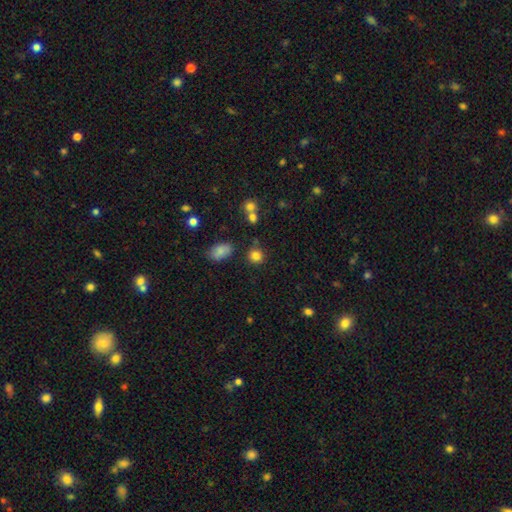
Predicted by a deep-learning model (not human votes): smooth-or-featured: smooth: 82% | star or artifact: 12% | featured or disk: 6%
  how-rounded: round: 85% | in between: 14% | cigar-shaped: 1%
  merging: none: 77% | minor disturbance: 12% | merger: 8% | major disturbance: 4%